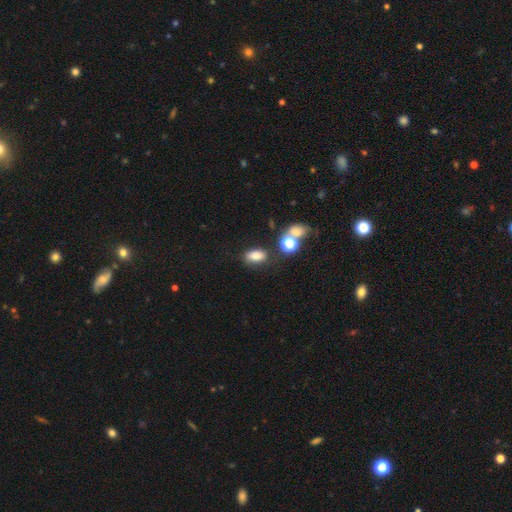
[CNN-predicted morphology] The model was most divided on "merging": none: 70%, minor disturbance: 14%, merger: 11%, major disturbance: 5%. More confident: how rounded — in between (84%); smooth or featured — smooth (80%).